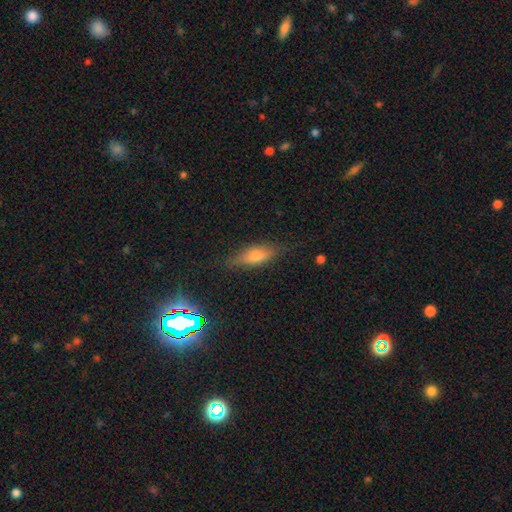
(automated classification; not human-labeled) The model was most divided on "how rounded": in between: 55%, cigar-shaped: 41%, round: 4%. More confident: merging — none (80%); smooth or featured — smooth (55%).